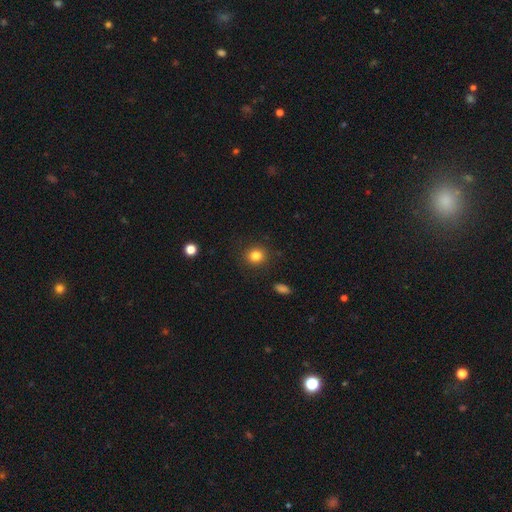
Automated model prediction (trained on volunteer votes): This appears to be a smooth galaxy with no disk features (83%) that is round (84%). Merging: none (89%).